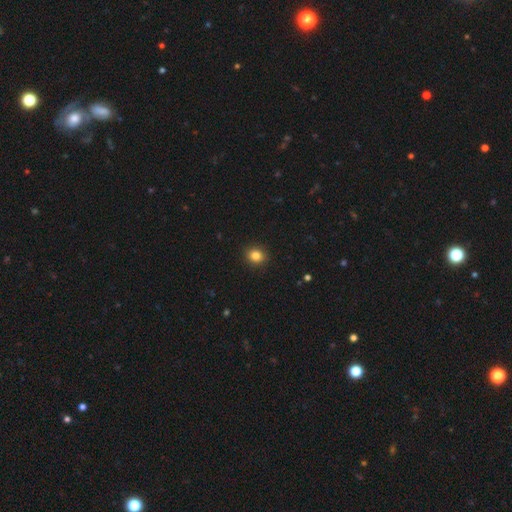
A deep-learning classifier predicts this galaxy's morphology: The model was most divided on "how rounded": round: 74%, in between: 25%, cigar-shaped: 1%. More confident: merging — none (92%); smooth or featured — smooth (84%).